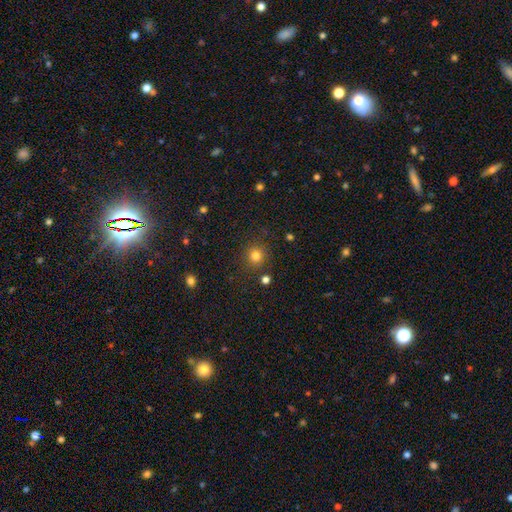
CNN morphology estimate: A smooth galaxy with no disk features (81%) that is round (90%).

Vote fractions:
- Smooth or featured? smooth: 81% / star or artifact: 14% / featured or disk: 5%
- How rounded? round: 90% / in between: 9% / cigar-shaped: 1%
- Merging? none: 85% / minor disturbance: 8% / merger: 3% / major disturbance: 3%